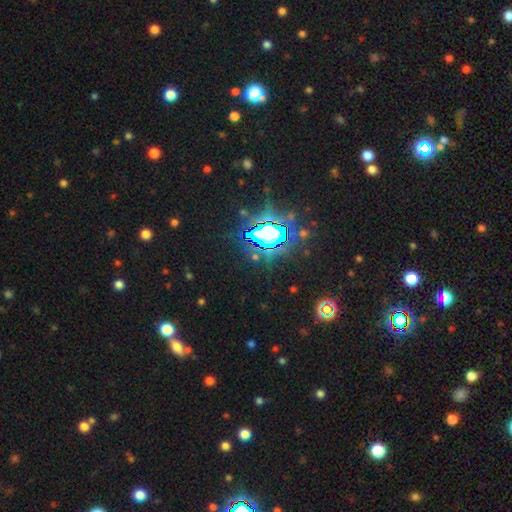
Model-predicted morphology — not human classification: smooth_or_featured: star or artifact (p=0.77) [alt: smooth p=0.13]